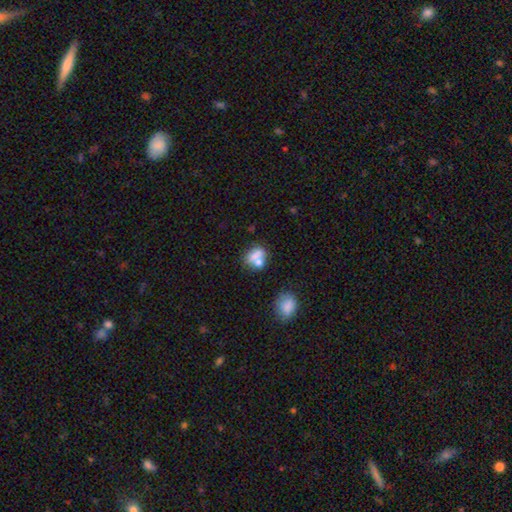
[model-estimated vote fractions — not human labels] Smooth or featured: smooth — 72% (featured or disk — 18%)
How rounded: in between — 56% (round — 41%)
Merging: merger — 40% (none — 39%)